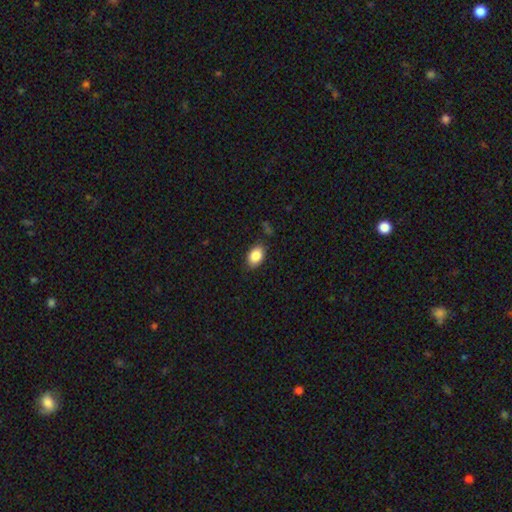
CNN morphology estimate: This appears to be a smooth galaxy with no disk features (86%) that is in between round and cigar-shaped (86%). Merging: none (83%).